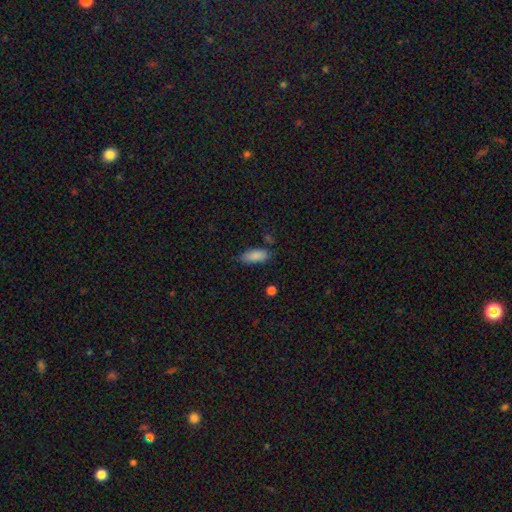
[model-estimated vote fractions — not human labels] This appears to be a smooth galaxy with no disk features (87%) that is in between round and cigar-shaped (83%). Merging: none (73%).